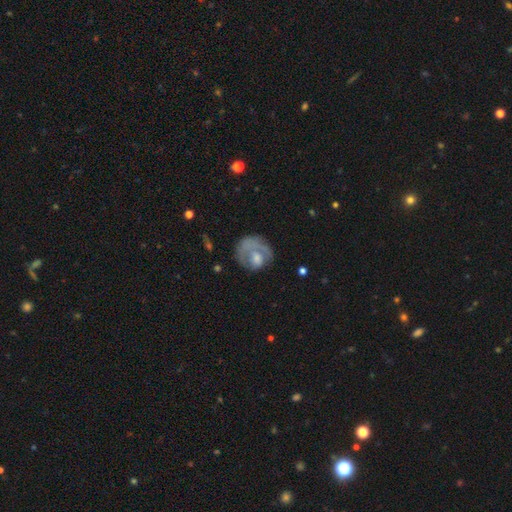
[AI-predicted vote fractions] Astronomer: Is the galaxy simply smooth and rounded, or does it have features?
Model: featured or disk — 48% (runner-up: smooth, 44%).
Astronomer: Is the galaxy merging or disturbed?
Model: none — 45% (runner-up: major disturbance, 31%).